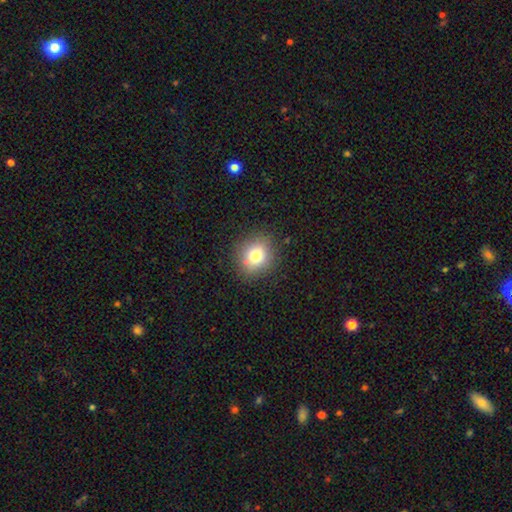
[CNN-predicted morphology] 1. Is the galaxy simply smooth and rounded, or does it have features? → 76% smooth, 13% star or artifact, 11% featured or disk.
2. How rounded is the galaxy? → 79% round, 20% in between, 1% cigar-shaped.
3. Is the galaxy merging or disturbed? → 85% none, 10% minor disturbance, 3% major disturbance, 2% merger.